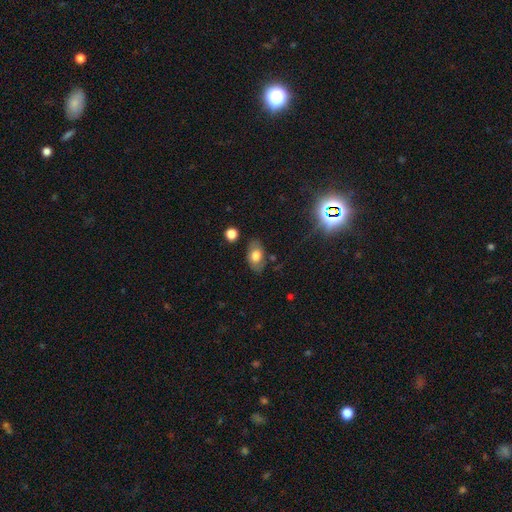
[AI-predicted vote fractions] Smooth or featured? smooth (71%)
How rounded? in between (89%)
Merging? none (79%)